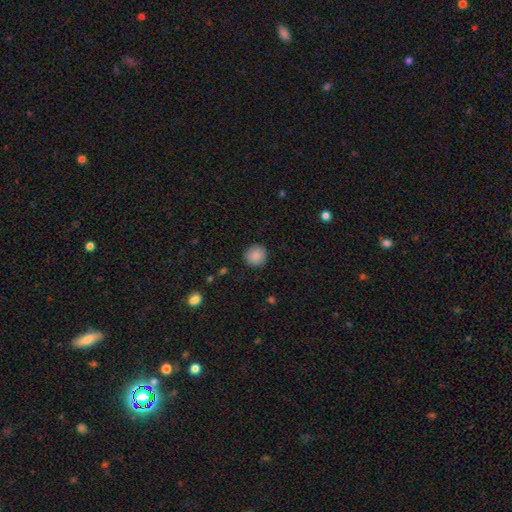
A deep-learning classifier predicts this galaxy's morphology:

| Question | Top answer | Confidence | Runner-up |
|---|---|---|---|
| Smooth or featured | smooth | 87% | star or artifact (9%) |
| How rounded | round | 93% | in between (6%) |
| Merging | none | 90% | minor disturbance (7%) |